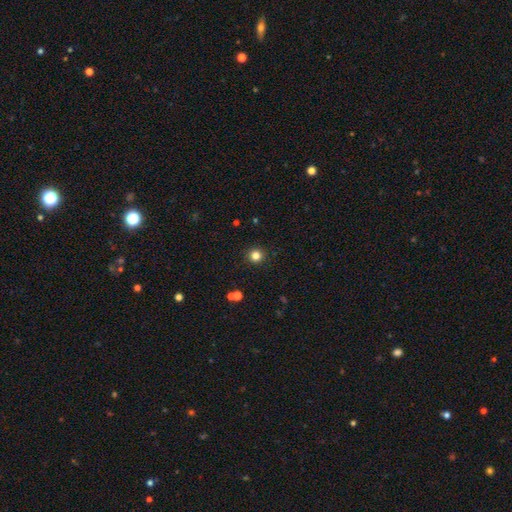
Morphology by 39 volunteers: Volunteers were most divided on "smooth or featured": smooth: 79%, featured or disk: 10%, star or artifact: 10%. More confident: how rounded — round (94%); merging — none (91%).